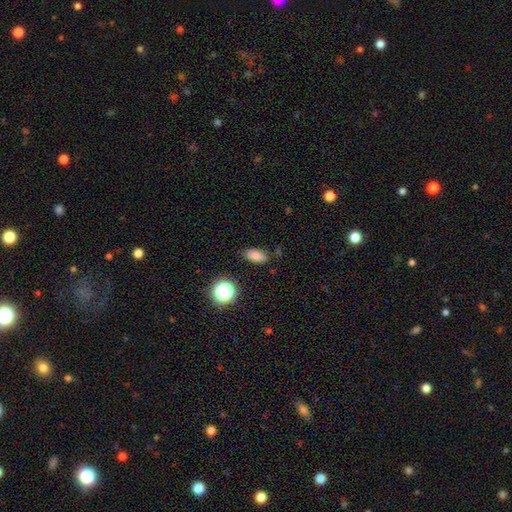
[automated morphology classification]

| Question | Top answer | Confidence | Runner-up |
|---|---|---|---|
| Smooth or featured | smooth | 80% | star or artifact (13%) |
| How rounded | in between | 86% | round (9%) |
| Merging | none | 83% | minor disturbance (12%) |